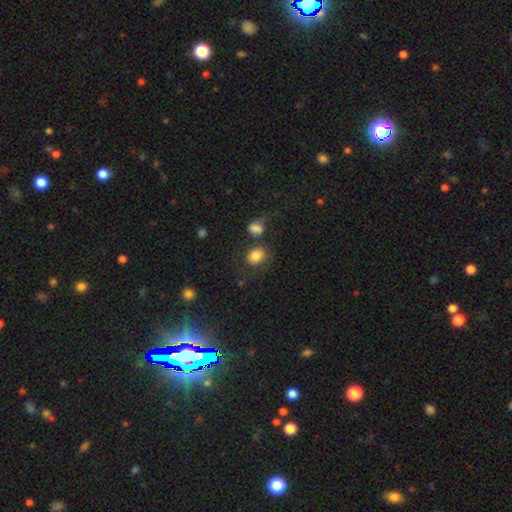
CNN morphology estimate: Overall: smooth (82%). How rounded: in between (52%; round 47%). Merging: none (56%; merger 20%).